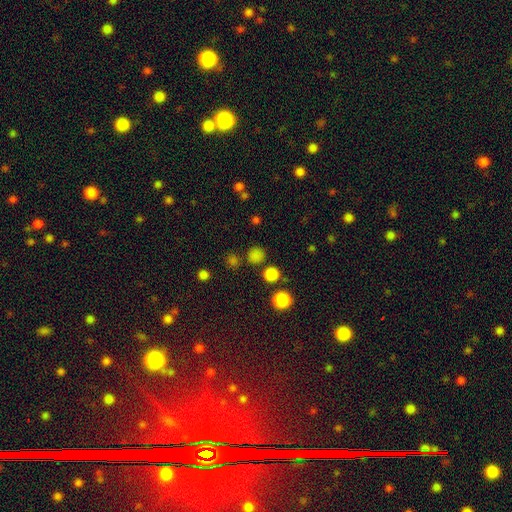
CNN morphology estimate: A smooth galaxy with no disk features (77%) that is round (89%). Merging: none (83%).